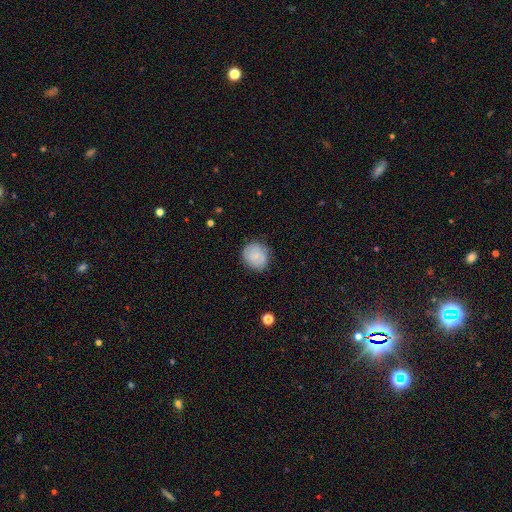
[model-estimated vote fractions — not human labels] Smooth or featured? smooth (75%)
How rounded? round (82%)
Merging? none (82%)